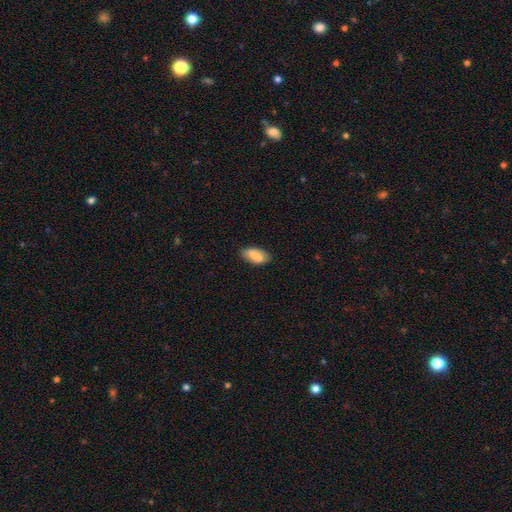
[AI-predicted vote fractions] The model was most divided on "smooth or featured": smooth: 80%, featured or disk: 13%, star or artifact: 6%. More confident: how rounded — in between (91%); merging — none (82%).